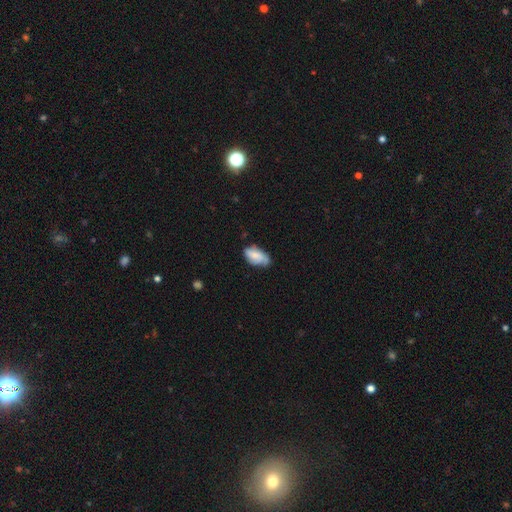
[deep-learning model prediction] Smooth or featured: smooth — 64% (featured or disk — 29%)
How rounded: in between — 92% (round — 4%)
Merging: none — 52% (minor disturbance — 36%)